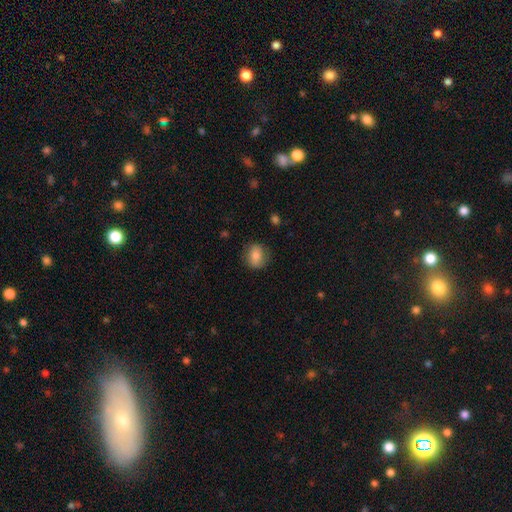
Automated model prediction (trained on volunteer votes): Morphology: type=smooth (80%); roundness=round (56%); merging=none (81%).